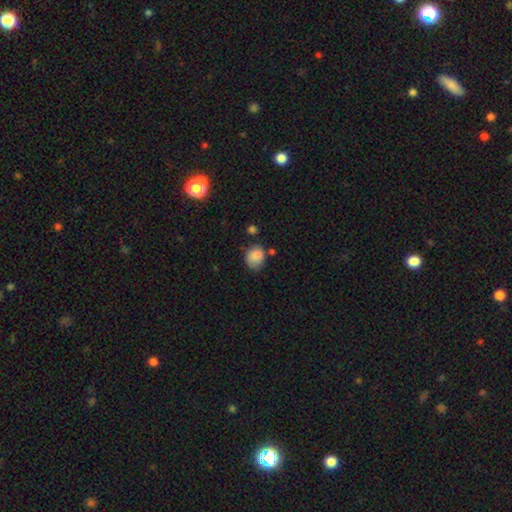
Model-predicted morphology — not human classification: A smooth galaxy with no disk features (84%) that is round (61%).

Vote fractions:
- Smooth or featured? smooth: 84% / star or artifact: 10% / featured or disk: 6%
- How rounded? round: 61% / in between: 39% / cigar-shaped: 1%
- Merging? none: 60% / minor disturbance: 27% / major disturbance: 8% / merger: 6%